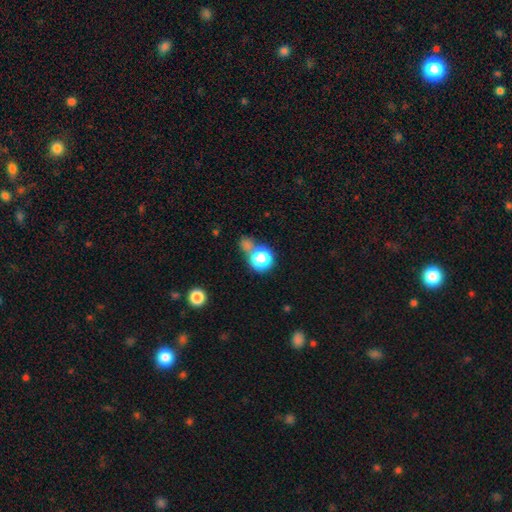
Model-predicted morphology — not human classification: The model was most divided on "smooth or featured": smooth: 49%, star or artifact: 41%, featured or disk: 10%. More confident: merging — none (69%).